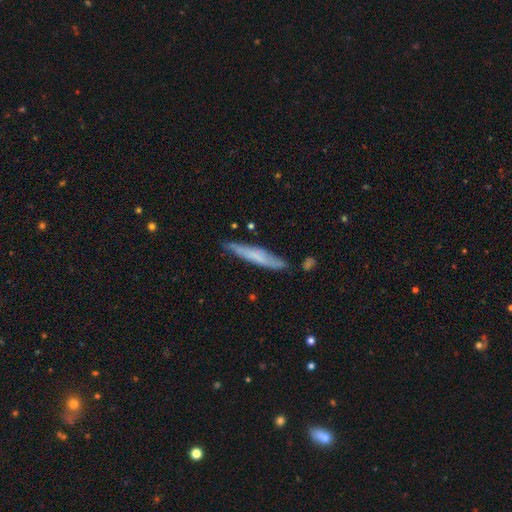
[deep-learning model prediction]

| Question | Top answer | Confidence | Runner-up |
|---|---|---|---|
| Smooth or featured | smooth | 53% | featured or disk (41%) |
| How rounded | cigar-shaped | 92% | in between (7%) |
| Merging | none | 77% | minor disturbance (17%) |